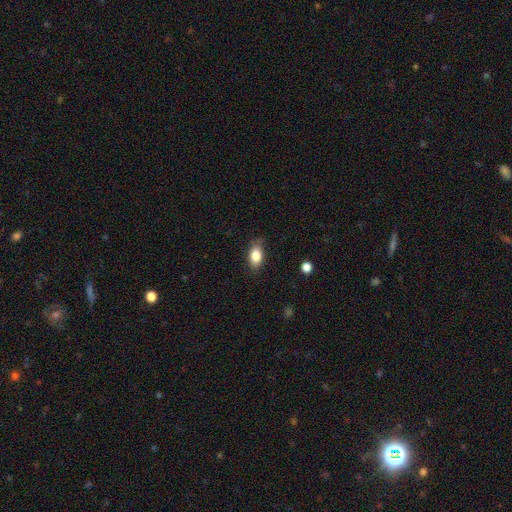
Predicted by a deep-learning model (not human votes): The model was most divided on "merging": none: 77%, minor disturbance: 18%, major disturbance: 4%, merger: 1%. More confident: how rounded — in between (88%); smooth or featured — smooth (83%).